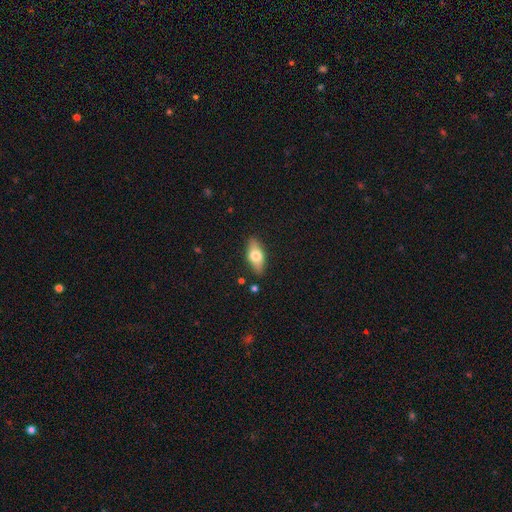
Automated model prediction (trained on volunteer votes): A smooth galaxy with no disk features (63%) that is in between round and cigar-shaped (80%).

Vote fractions:
- Smooth or featured? smooth: 63% / featured or disk: 31% / star or artifact: 7%
- How rounded? in between: 80% / cigar-shaped: 16% / round: 4%
- Merging? none: 85% / minor disturbance: 11% / major disturbance: 2% / merger: 2%